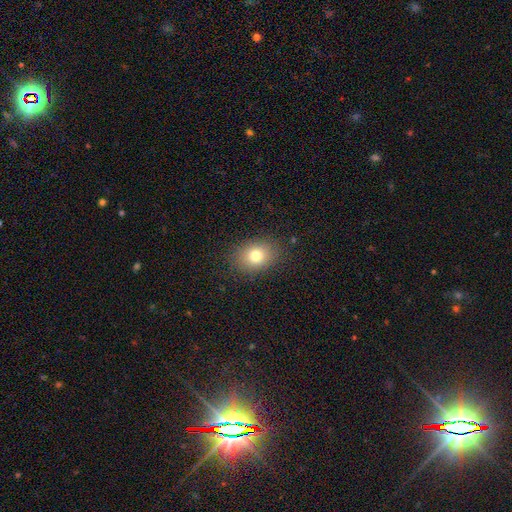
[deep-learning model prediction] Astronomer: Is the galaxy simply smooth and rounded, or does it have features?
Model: smooth — 78%.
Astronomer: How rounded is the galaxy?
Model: in between — 56% (runner-up: round, 43%).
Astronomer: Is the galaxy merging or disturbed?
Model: none — 86%.